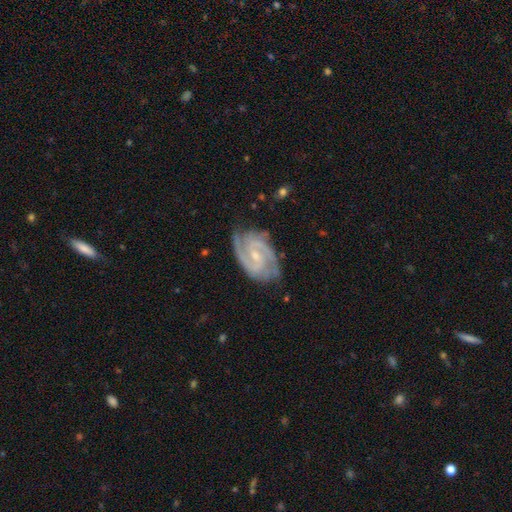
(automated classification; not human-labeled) featured or disk 92%, star or artifact 4%, smooth 4%. Down the decision tree: edge-on disk — no (98%); bar — weak (51%); spiral arms — yes (98%); spiral arm count — 2 (77%); spiral winding — tight (48%); bulge size — small (65%); merging — none (76%).